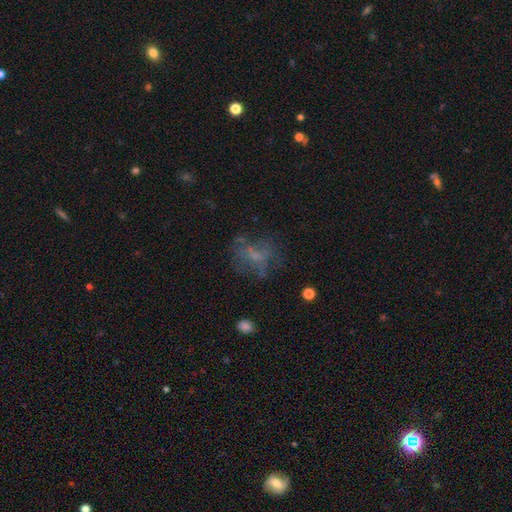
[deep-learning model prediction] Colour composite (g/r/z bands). It shows a featured or disk galaxy (43%). Merging: none (52%).